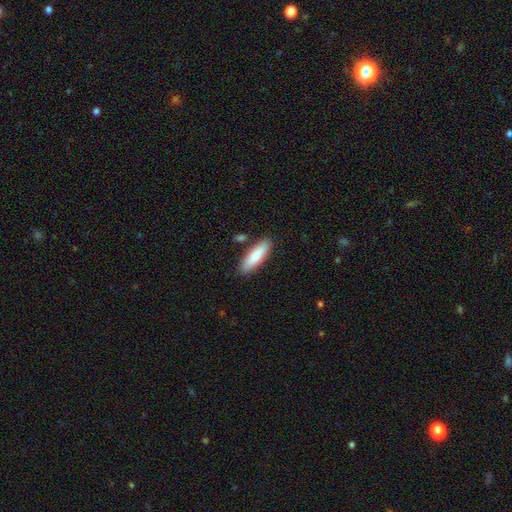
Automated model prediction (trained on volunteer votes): smooth_or_featured: smooth (p=0.83) [alt: featured or disk p=0.12]
how_rounded: cigar-shaped (p=0.54) [alt: in between p=0.45]
merging: none (p=0.85) [alt: minor disturbance p=0.10]